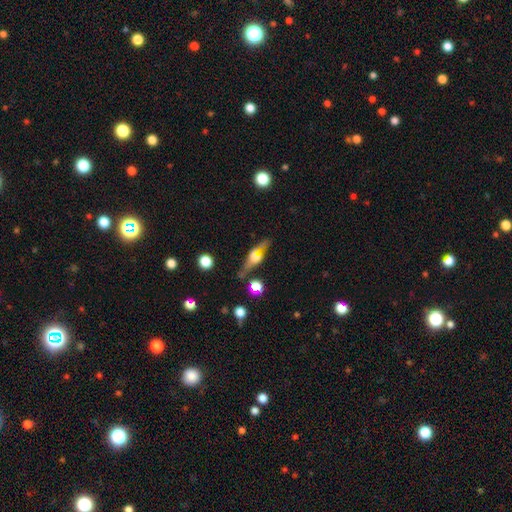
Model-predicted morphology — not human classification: This is likely a featured or disk galaxy (63%). It is likely viewed edge-on (77%). Merging: likely none (68%).